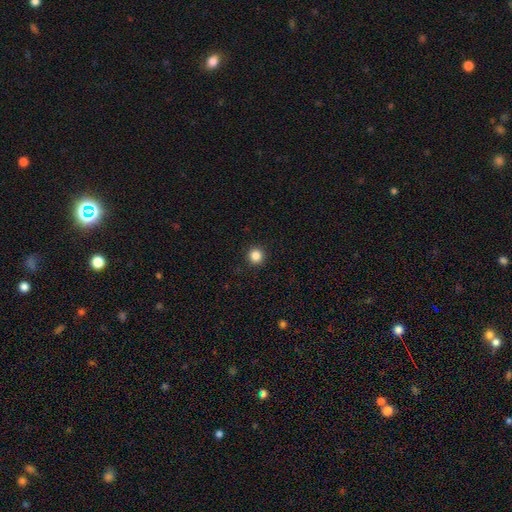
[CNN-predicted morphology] The model was most divided on "smooth or featured": smooth: 85%, star or artifact: 12%, featured or disk: 4%. More confident: how rounded — round (95%); merging — none (93%).